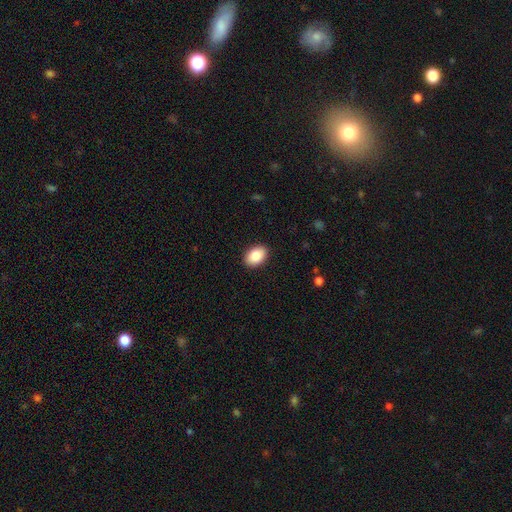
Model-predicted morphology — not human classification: This appears to be a smooth galaxy with no disk features (87%) that is in between round and cigar-shaped (86%). Merging: none (91%).